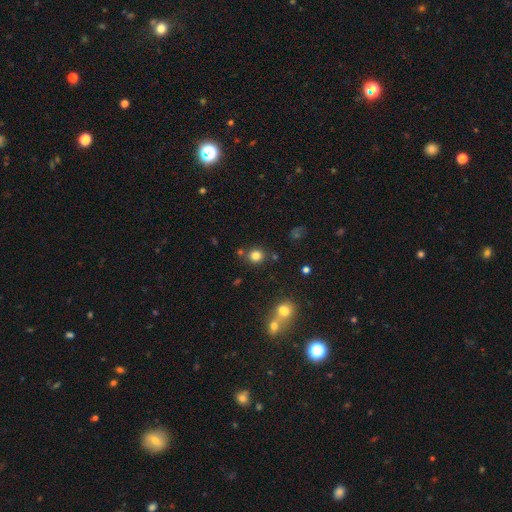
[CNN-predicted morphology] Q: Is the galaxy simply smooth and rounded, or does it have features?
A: smooth — 80%.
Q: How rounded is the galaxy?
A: round — 86%.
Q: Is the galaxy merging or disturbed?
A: none — 79%.